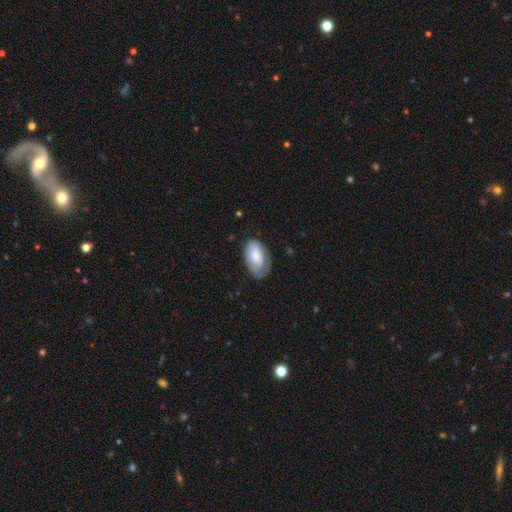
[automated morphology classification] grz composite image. It shows a smooth galaxy with no disk features (67%) that is in between round and cigar-shaped (94%). Merging: none (58%).